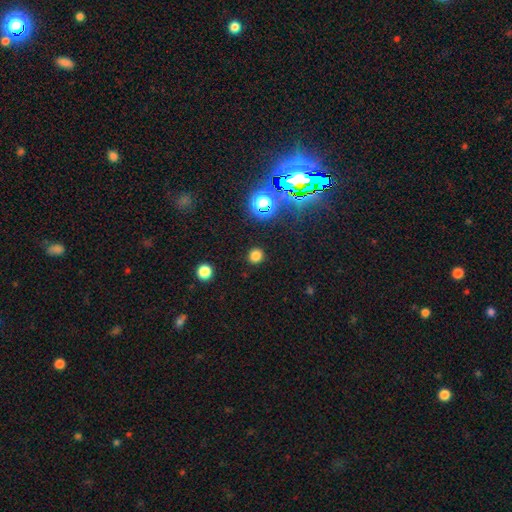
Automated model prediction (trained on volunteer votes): smooth 76%, star or artifact 20%, featured or disk 4%. Down the decision tree: how rounded — round (91%); merging — none (90%).